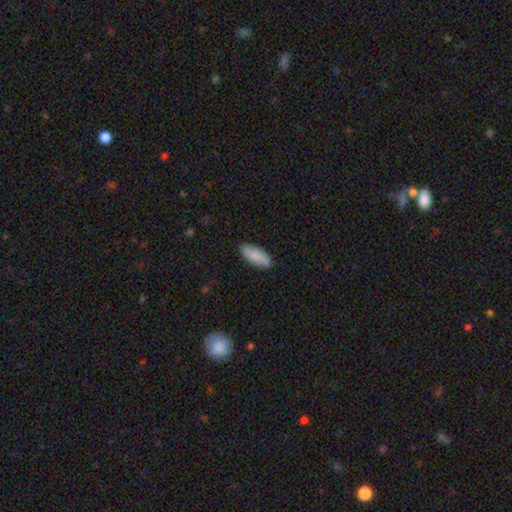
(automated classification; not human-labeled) Morphology: type=smooth (83%); roundness=in between (79%); merging=none (87%).